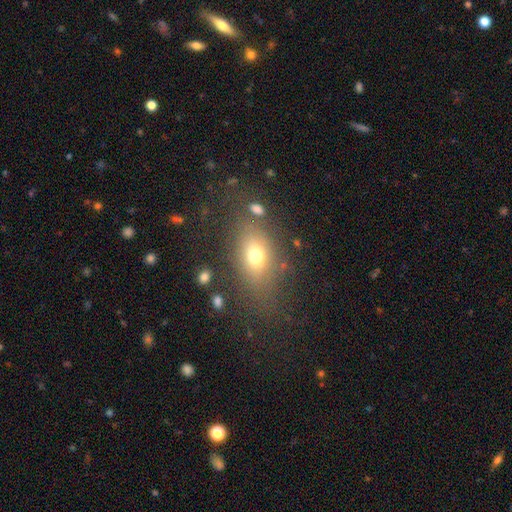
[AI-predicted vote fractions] Morphology: type=smooth (69%); roundness=in between (72%); merging=none (69%).